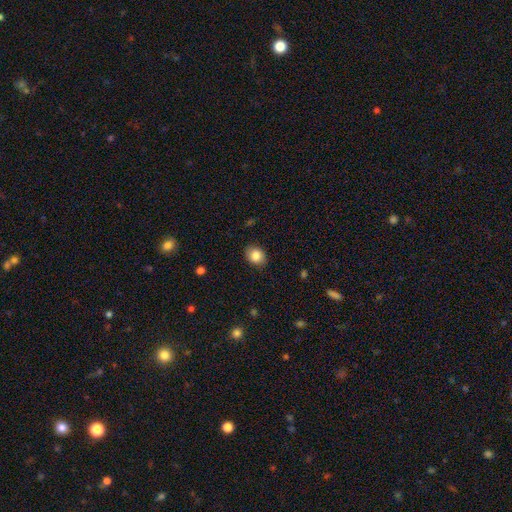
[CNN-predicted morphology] A smooth galaxy with no disk features (86%) that is in between round and cigar-shaped (52%). Merging: none (85%).